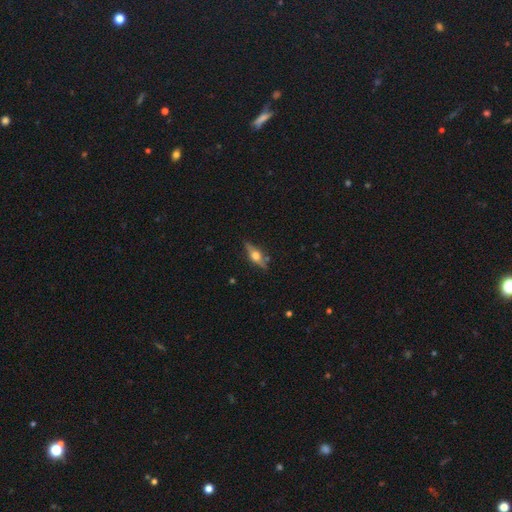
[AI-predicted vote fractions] Smooth or featured? Predicted: featured or disk (p=0.66). Edge-on disk? Predicted: yes (p=0.94). Edge-on bulge? Predicted: rounded (p=0.94). Merging? Predicted: none (p=0.84).